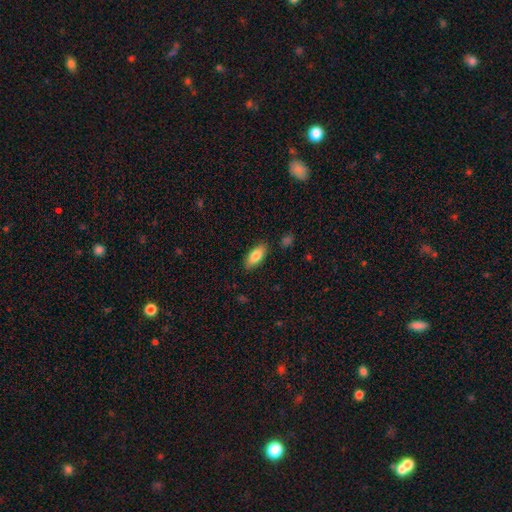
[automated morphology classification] This is clearly a smooth galaxy (81%). How rounded: clearly in between (83%). Merging: clearly none (86%).